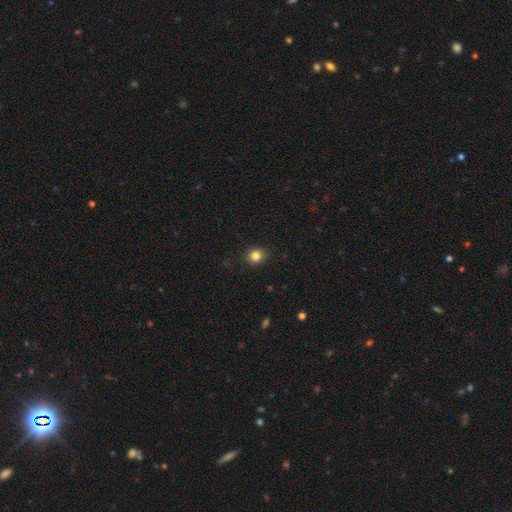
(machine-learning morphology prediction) Q: Smooth or featured?
A: smooth (84%); runner-up: star or artifact (12%)
Q: How rounded?
A: round (81%); runner-up: in between (18%)
Q: Merging?
A: none (89%); runner-up: minor disturbance (8%)